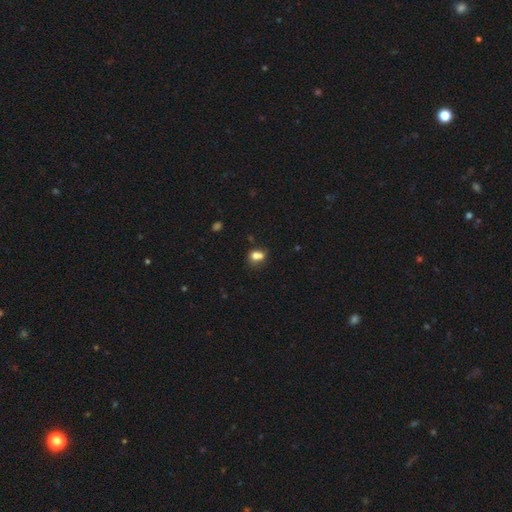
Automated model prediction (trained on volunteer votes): smooth_or_featured: smooth (p=0.74) [alt: featured or disk p=0.13]
how_rounded: in between (p=0.50) [alt: round p=0.49]
merging: merger (p=0.41) [alt: none p=0.36]